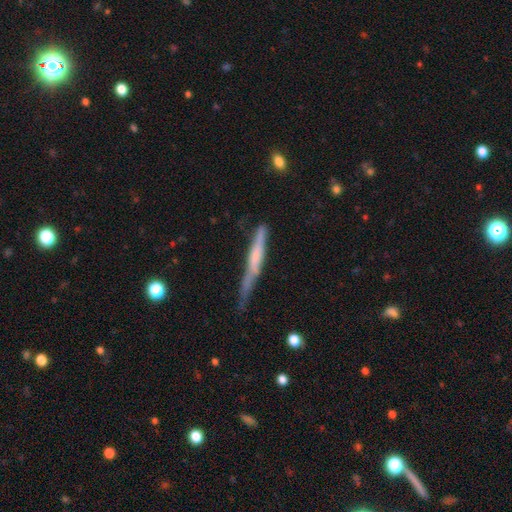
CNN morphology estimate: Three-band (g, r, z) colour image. It shows a featured or disk galaxy (52%) viewed edge-on (92%). Merging: none (51%).